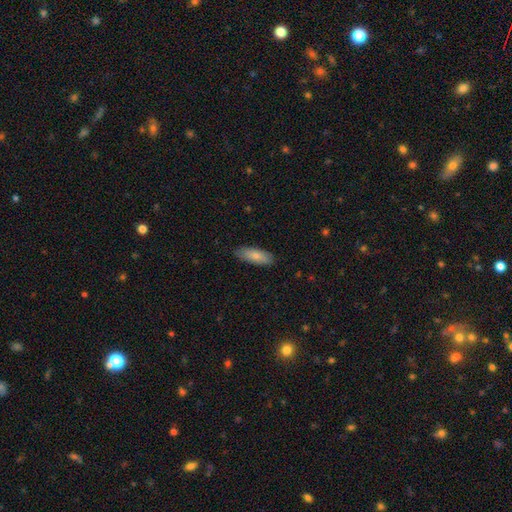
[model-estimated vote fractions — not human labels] smooth 80%, featured or disk 14%, star or artifact 5%. Down the decision tree: how rounded — in between (69%); merging — none (85%).